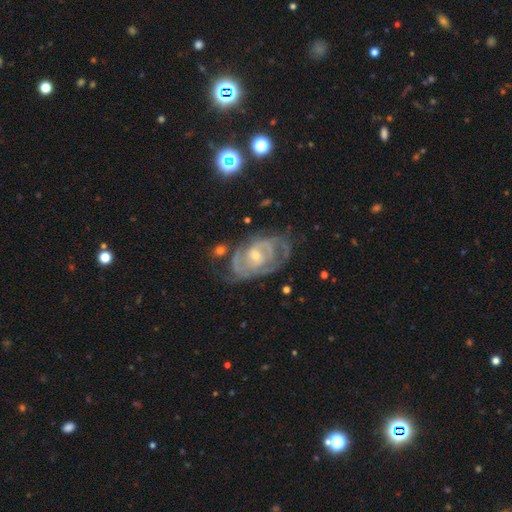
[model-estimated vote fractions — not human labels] Smooth or featured? Predicted: featured or disk (p=0.85). Edge-on disk? Predicted: no (p=0.96). Bar? Predicted: no (p=0.54). Spiral arms? Predicted: yes (p=0.91). Spiral winding? Predicted: tight (p=0.61). Spiral arm count? Predicted: 2 (p=0.39). Bulge size? Predicted: small (p=0.54). Merging? Predicted: none (p=0.56).